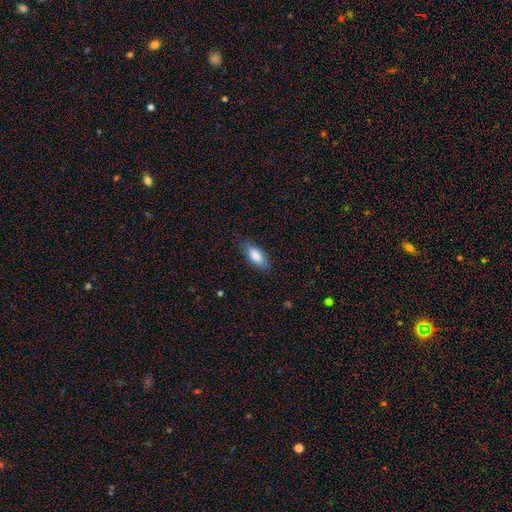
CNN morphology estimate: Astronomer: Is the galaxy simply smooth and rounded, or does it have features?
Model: smooth — 84%.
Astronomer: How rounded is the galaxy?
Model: in between — 82%.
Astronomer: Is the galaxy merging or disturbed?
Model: none — 78%.